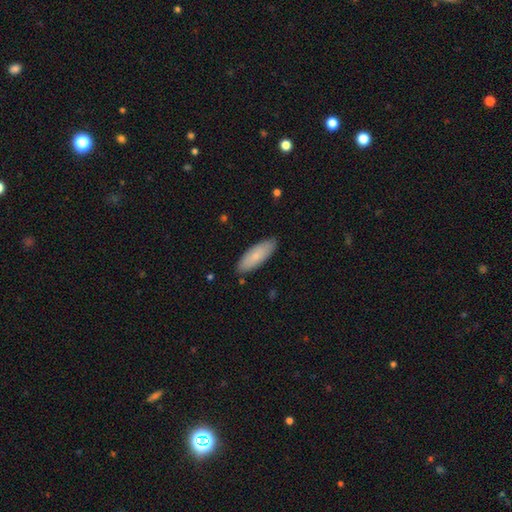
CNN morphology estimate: smooth 79%, featured or disk 15%, star or artifact 6%. Down the decision tree: how rounded — in between (66%); merging — none (86%).